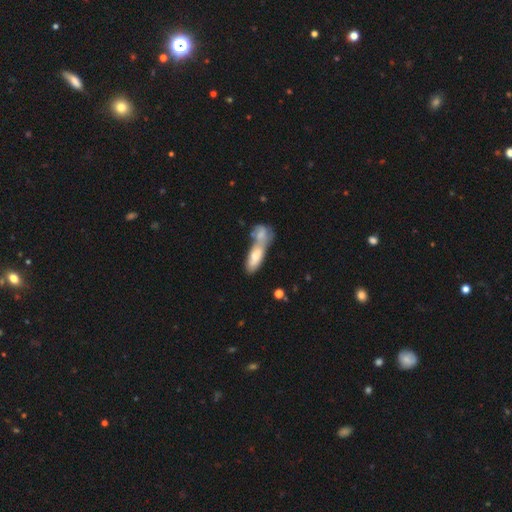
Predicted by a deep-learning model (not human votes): smooth_or_featured: smooth (p=0.71) [alt: featured or disk p=0.22]
how_rounded: in between (p=0.67) [alt: cigar-shaped p=0.30]
merging: merger (p=0.67) [alt: none p=0.20]